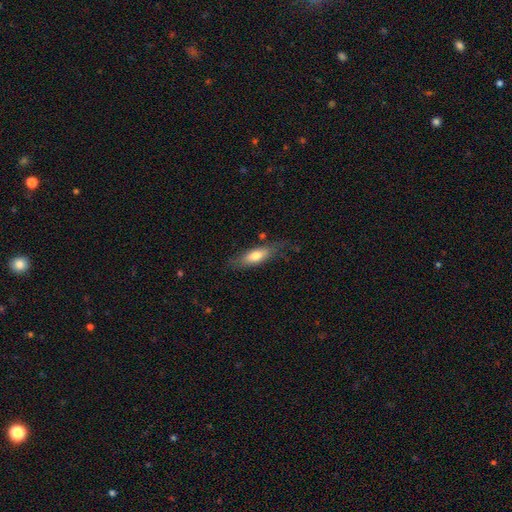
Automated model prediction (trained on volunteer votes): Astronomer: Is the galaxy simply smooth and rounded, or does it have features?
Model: smooth — 68%.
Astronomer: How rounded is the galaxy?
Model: in between — 58% (runner-up: cigar-shaped, 39%).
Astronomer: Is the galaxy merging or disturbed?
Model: none — 67%.